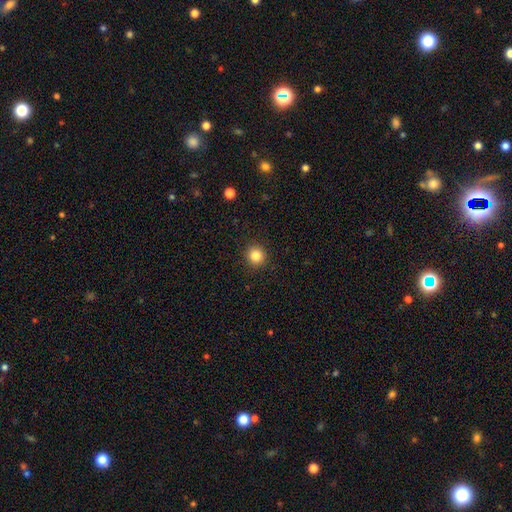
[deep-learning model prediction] Smooth or featured: smooth — 84% (star or artifact — 11%)
How rounded: round — 92% (in between — 7%)
Merging: none — 92% (minor disturbance — 6%)